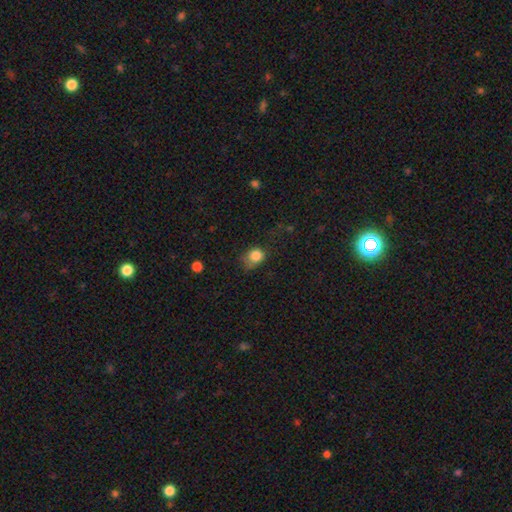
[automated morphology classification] Smooth or featured? Predicted: smooth (p=0.82). How rounded? Predicted: round (p=0.62). Merging? Predicted: none (p=0.44).